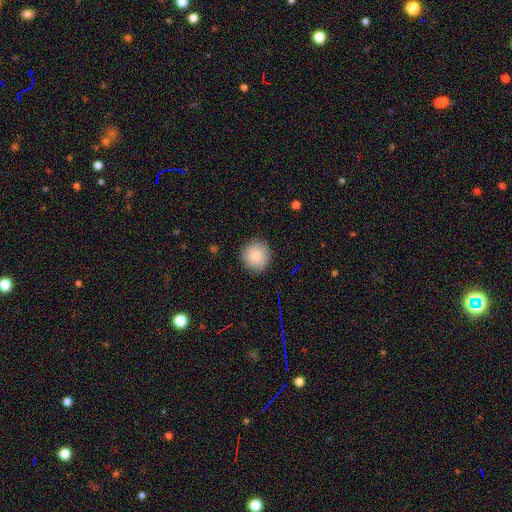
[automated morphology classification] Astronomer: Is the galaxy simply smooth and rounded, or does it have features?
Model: smooth — 85%.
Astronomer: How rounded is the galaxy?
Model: round — 93%.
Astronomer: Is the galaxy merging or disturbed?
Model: none — 88%.